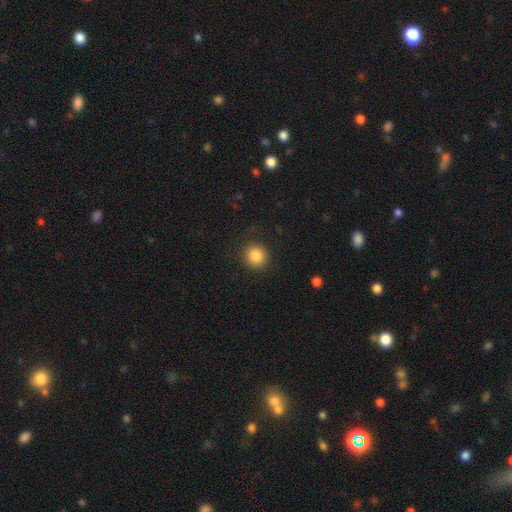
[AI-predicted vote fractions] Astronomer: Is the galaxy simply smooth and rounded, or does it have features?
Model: smooth — 86%.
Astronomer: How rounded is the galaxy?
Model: round — 91%.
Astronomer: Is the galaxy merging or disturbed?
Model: none — 88%.